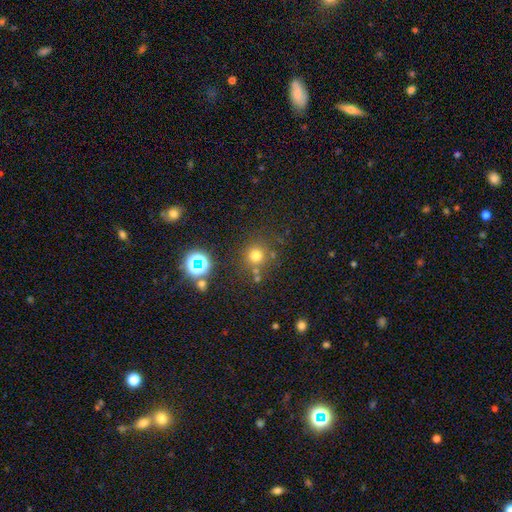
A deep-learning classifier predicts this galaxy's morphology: This appears to be a smooth galaxy with no disk features (71%) that is round (93%). Merging: none (76%).